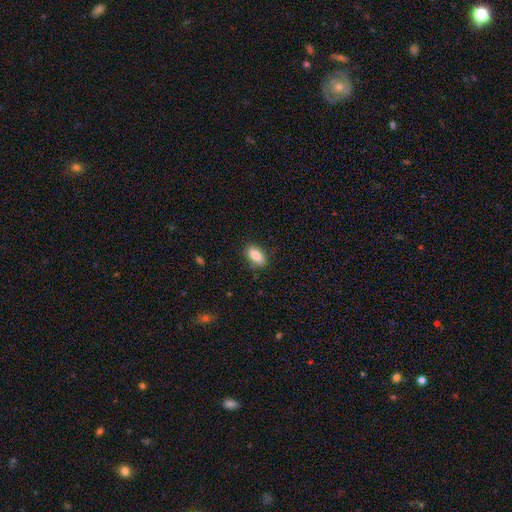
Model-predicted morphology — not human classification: Smooth or featured?
  - smooth: 83% *
  - featured or disk: 10%
  - star or artifact: 7%
How rounded?
  - in between: 88% *
  - cigar-shaped: 8%
  - round: 4%
Merging?
  - none: 85% *
  - minor disturbance: 12%
  - major disturbance: 3%
  - merger: 1%